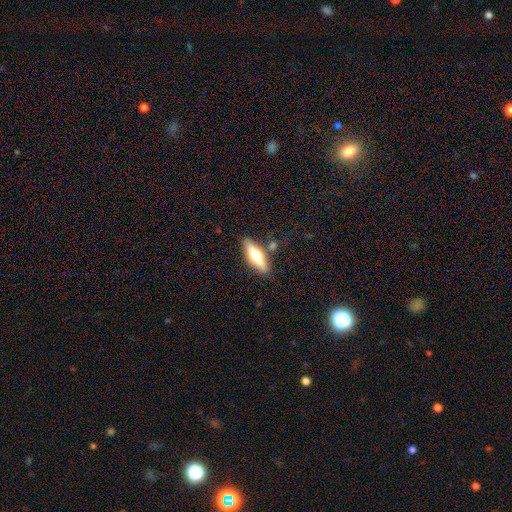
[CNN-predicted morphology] Smooth or featured? Predicted: smooth (p=0.52). How rounded? Predicted: cigar-shaped (p=0.53). Merging? Predicted: none (p=0.80).